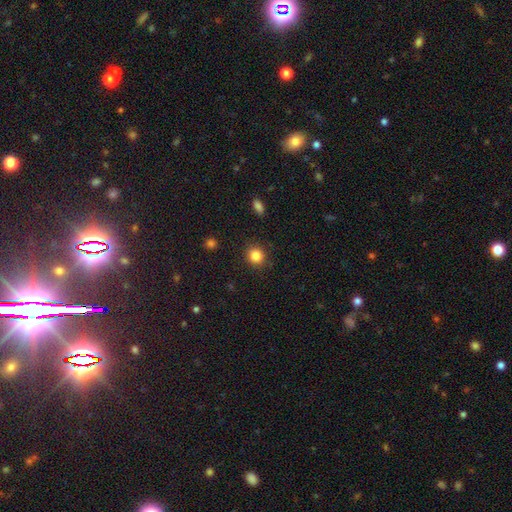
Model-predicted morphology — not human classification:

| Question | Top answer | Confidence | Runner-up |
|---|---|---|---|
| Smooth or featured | smooth | 85% | star or artifact (10%) |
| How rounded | round | 86% | in between (14%) |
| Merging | none | 89% | minor disturbance (7%) |